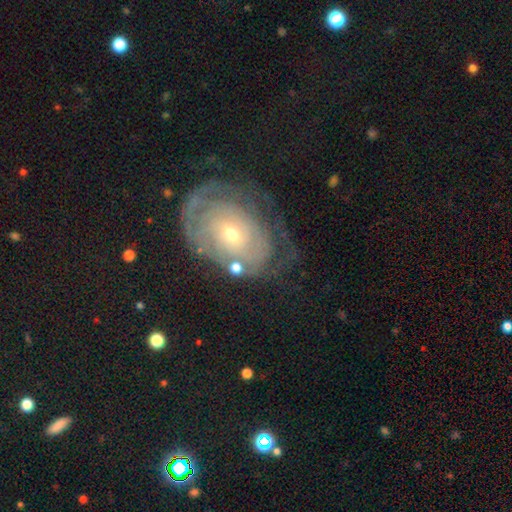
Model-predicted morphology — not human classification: Q: Smooth or featured?
A: featured or disk (76%); runner-up: smooth (16%)
Q: Edge-on disk?
A: no (96%); runner-up: yes (4%)
Q: Bar?
A: no (73%); runner-up: weak (22%)
Q: Spiral arms?
A: yes (81%); runner-up: no (19%)
Q: Spiral winding?
A: tight (77%); runner-up: medium (16%)
Q: Spiral arm count?
A: can't tell (58%); runner-up: 2 (17%)
Q: Bulge size?
A: small (61%); runner-up: moderate (35%)
Q: Merging?
A: none (61%); runner-up: minor disturbance (21%)